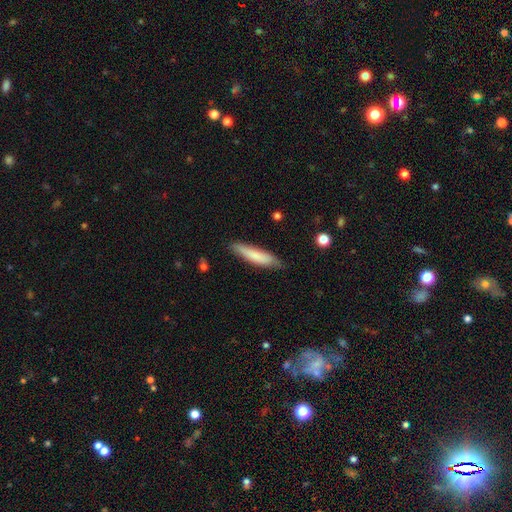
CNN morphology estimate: smooth-or-featured: smooth: 77% | featured or disk: 17% | star or artifact: 6%
  how-rounded: cigar-shaped: 80% | in between: 19% | round: 1%
  merging: none: 76% | minor disturbance: 19% | major disturbance: 3% | merger: 1%